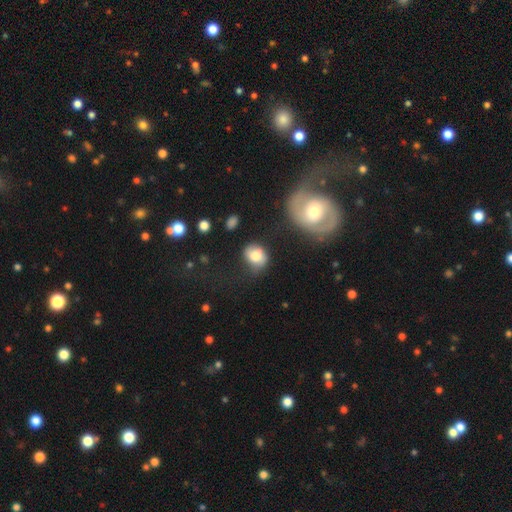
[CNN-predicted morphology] smooth_or_featured: smooth (p=0.71) [alt: featured or disk p=0.21]
how_rounded: round (p=0.57) [alt: in between p=0.42]
merging: none (p=0.52) [alt: minor disturbance p=0.28]